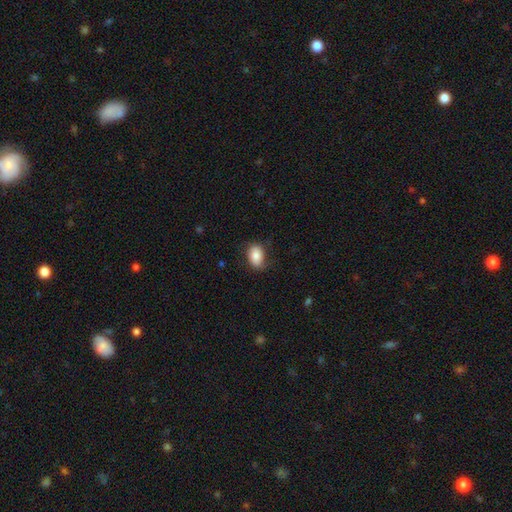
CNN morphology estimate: Overall: smooth (84%). How rounded: in between (84%). Merging: none (73%).